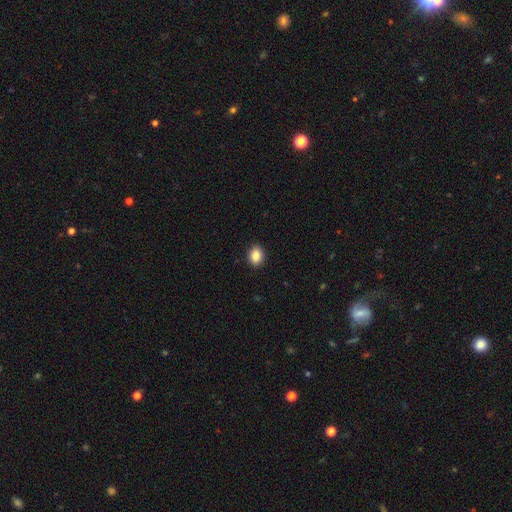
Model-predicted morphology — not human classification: Smooth or featured? smooth (88%)
How rounded? in between (65%)
Merging? none (90%)